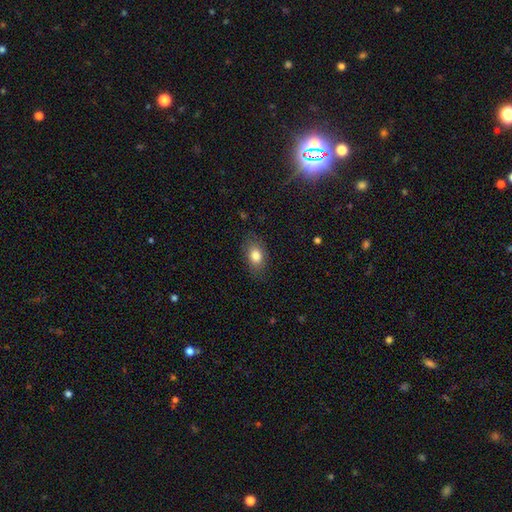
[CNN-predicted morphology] Smooth or featured? Predicted: smooth (p=0.80). How rounded? Predicted: in between (p=0.84). Merging? Predicted: none (p=0.79).